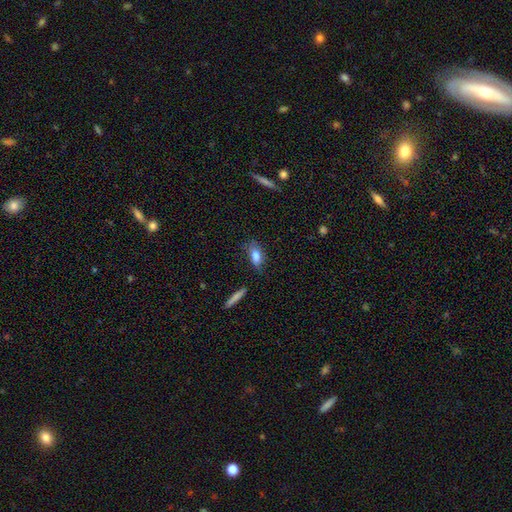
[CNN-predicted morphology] The model was most divided on "merging": none: 69%, minor disturbance: 22%, major disturbance: 6%, merger: 3%. More confident: how rounded — in between (80%); smooth or featured — smooth (79%).